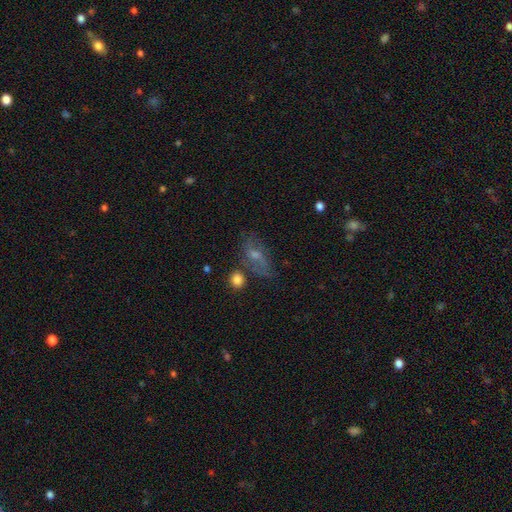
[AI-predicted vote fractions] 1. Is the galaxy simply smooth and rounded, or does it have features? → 46% featured or disk, 40% smooth, 15% star or artifact.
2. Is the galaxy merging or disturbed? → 55% none, 22% minor disturbance, 14% major disturbance, 9% merger.